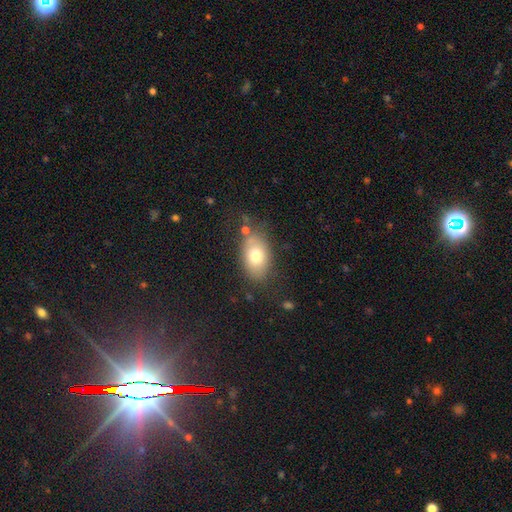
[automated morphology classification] A smooth galaxy with no disk features (75%) that is in between round and cigar-shaped (88%).

Vote fractions:
- Smooth or featured? smooth: 75% / featured or disk: 17% / star or artifact: 8%
- How rounded? in between: 88% / round: 10% / cigar-shaped: 2%
- Merging? none: 74% / minor disturbance: 16% / major disturbance: 5% / merger: 5%